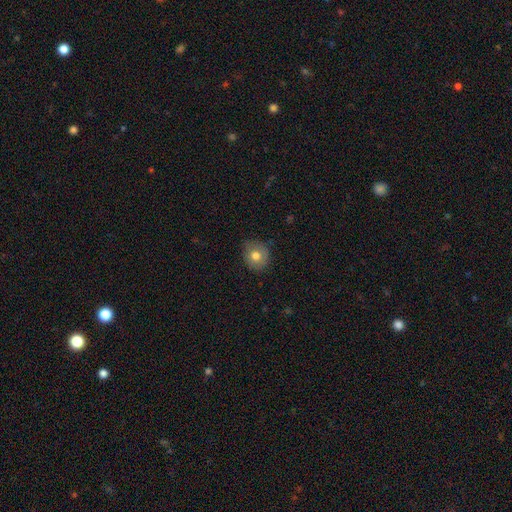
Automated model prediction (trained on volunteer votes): This is likely a smooth galaxy (75%). How rounded: likely round (79%). Merging: likely none (76%).